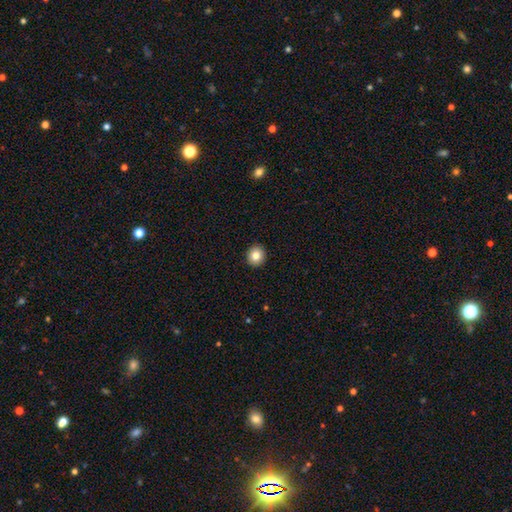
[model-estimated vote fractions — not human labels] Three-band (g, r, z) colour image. It shows a smooth galaxy with no disk features (83%) that is round (88%). Merging: none (93%).